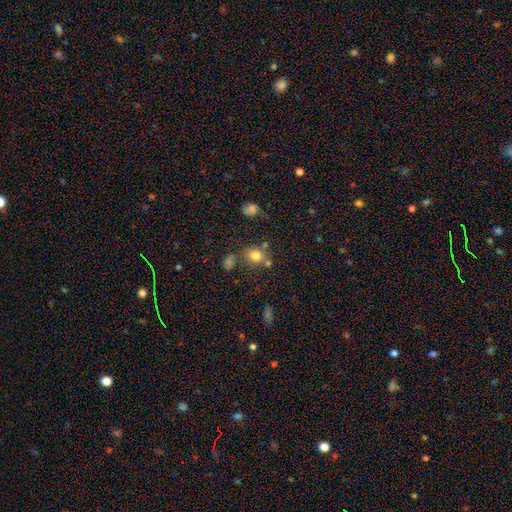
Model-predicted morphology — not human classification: This appears to be a smooth galaxy with no disk features (76%) that is round (58%). Merging: none (61%).